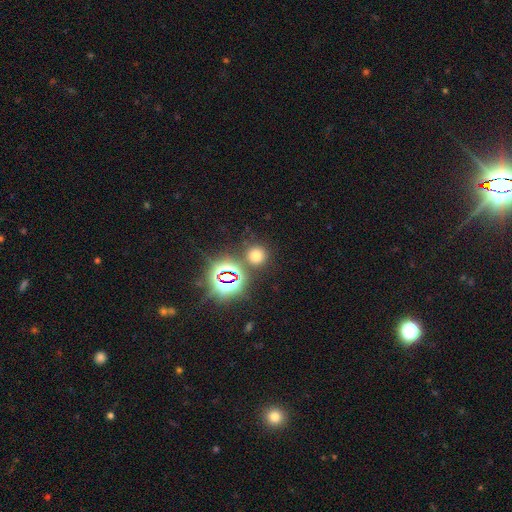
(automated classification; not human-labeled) Overall: smooth (62%; star or artifact 32%). How rounded: round (91%). Merging: none (83%).